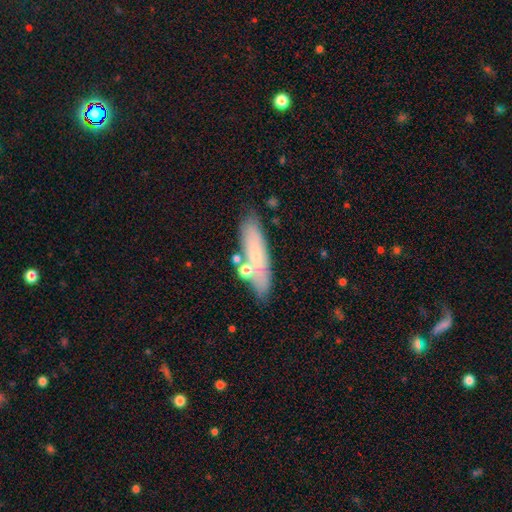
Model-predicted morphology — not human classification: smooth-or-featured: smooth: 59% | featured or disk: 32% | star or artifact: 9%
  how-rounded: cigar-shaped: 66% | in between: 31% | round: 3%
  merging: none: 76% | minor disturbance: 13% | merger: 8% | major disturbance: 3%